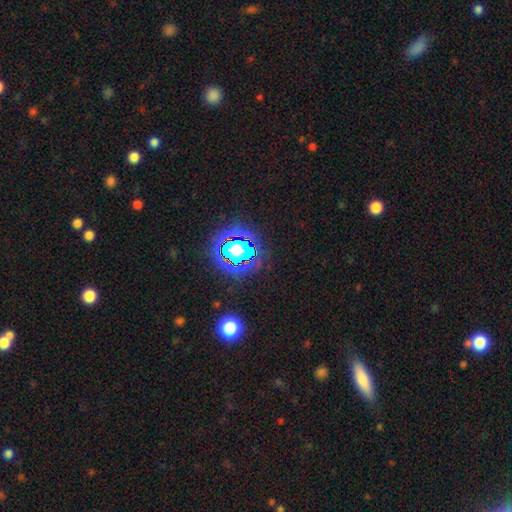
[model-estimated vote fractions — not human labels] A star or artifact, not a galaxy (79%).

Vote fractions:
- Smooth or featured? star or artifact: 79% / smooth: 13% / featured or disk: 8%